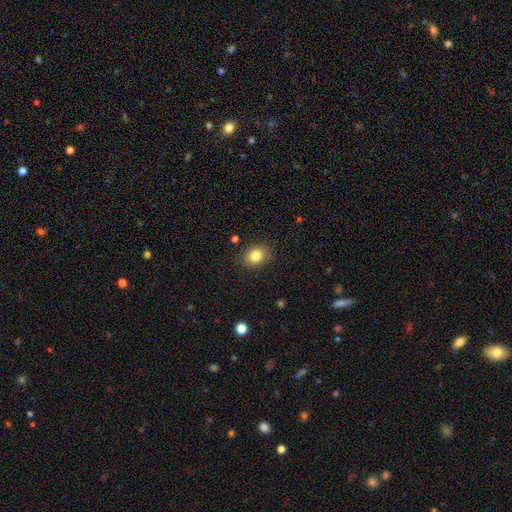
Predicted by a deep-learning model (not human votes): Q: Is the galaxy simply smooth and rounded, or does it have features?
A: smooth — 82%.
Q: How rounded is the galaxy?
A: round — 54%.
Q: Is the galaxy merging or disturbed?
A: none — 86%.